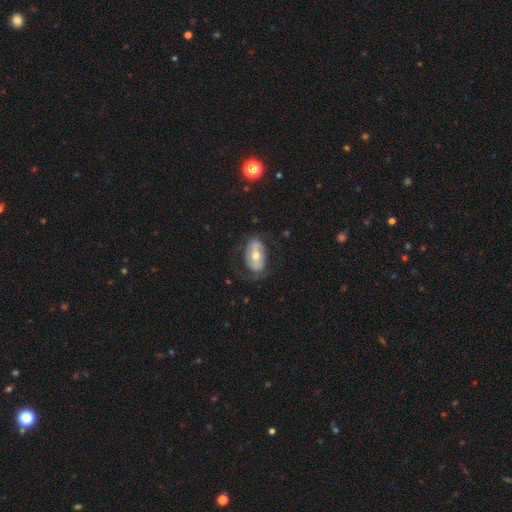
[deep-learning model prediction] This is possibly a featured or disk galaxy (58%). It is clearly not viewed edge-on (91%). Bar: marginally no (43%). Spiral arm pattern: possibly yes (51%). Central bulge: likely moderate (68%). Merging: likely none (61%).